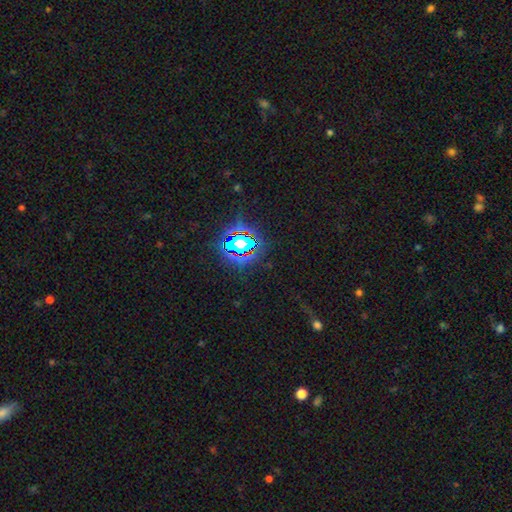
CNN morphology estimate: This appears to be a star or artifact, not a galaxy (80%).